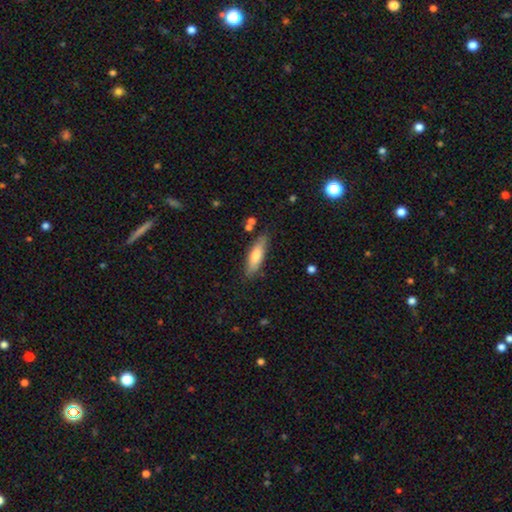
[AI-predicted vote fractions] A smooth galaxy with no disk features (73%) that is cigar-shaped (55%).

Vote fractions:
- Smooth or featured? smooth: 73% / featured or disk: 21% / star or artifact: 6%
- How rounded? cigar-shaped: 55% / in between: 43% / round: 2%
- Merging? none: 80% / minor disturbance: 14% / merger: 3% / major disturbance: 3%